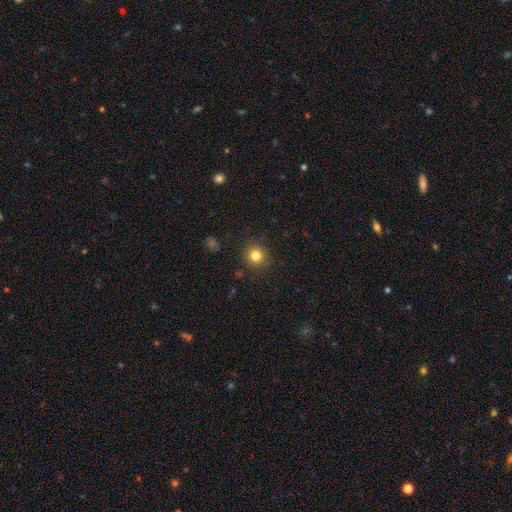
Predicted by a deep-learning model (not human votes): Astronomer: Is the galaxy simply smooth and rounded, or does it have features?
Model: smooth — 82%.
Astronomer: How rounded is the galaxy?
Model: round — 92%.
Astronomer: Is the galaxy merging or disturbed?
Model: none — 89%.